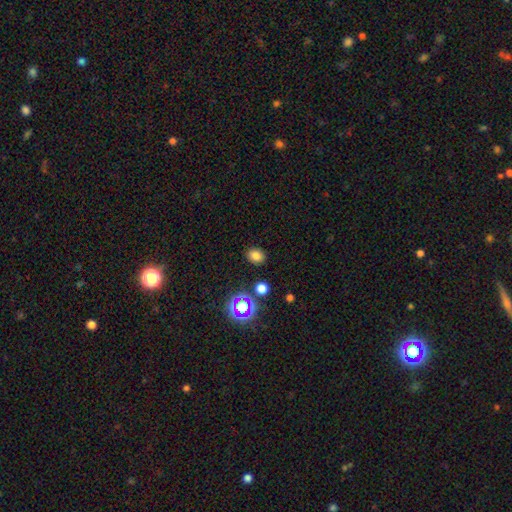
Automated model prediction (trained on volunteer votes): Smooth or featured?
  - smooth: 76% *
  - star or artifact: 18%
  - featured or disk: 6%
How rounded?
  - round: 50% *
  - in between: 49%
  - cigar-shaped: 1%
Merging?
  - none: 87% *
  - minor disturbance: 8%
  - major disturbance: 3%
  - merger: 2%